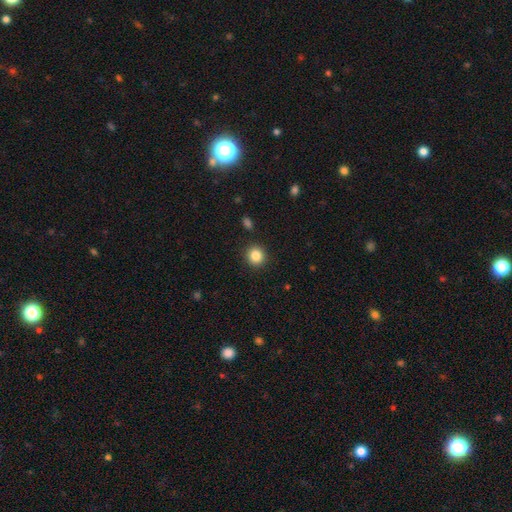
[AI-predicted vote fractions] Morphology: type=smooth (85%); roundness=round (90%); merging=none (90%).